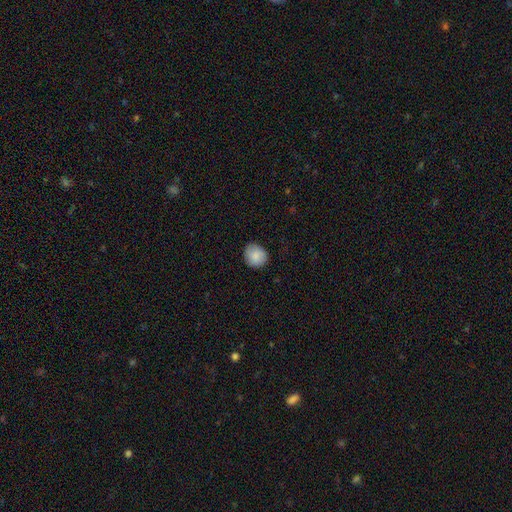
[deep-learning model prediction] Morphology: type=smooth (87%); roundness=round (86%); merging=none (84%).